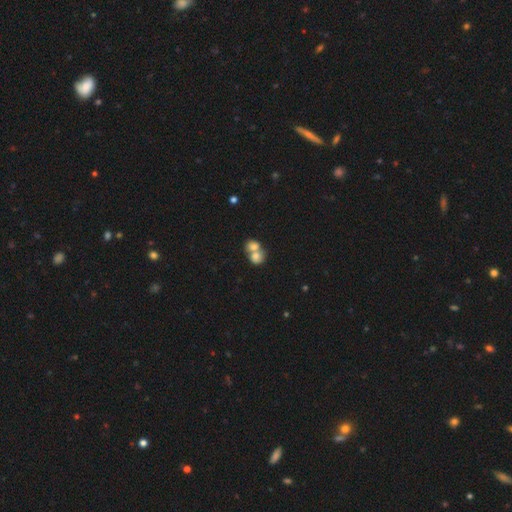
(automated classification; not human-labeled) The model was most divided on "how rounded": round: 64%, in between: 35%, cigar-shaped: 1%. More confident: smooth or featured — smooth (75%); merging — merger (71%).